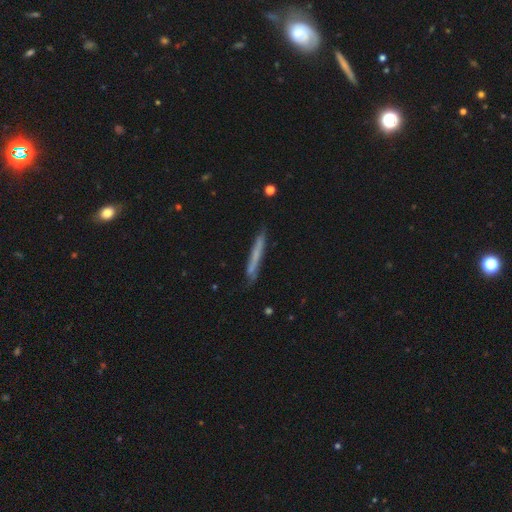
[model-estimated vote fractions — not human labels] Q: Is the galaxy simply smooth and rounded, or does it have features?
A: smooth — 59%.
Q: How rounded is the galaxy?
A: cigar-shaped — 96%.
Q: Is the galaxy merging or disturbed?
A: none — 84%.